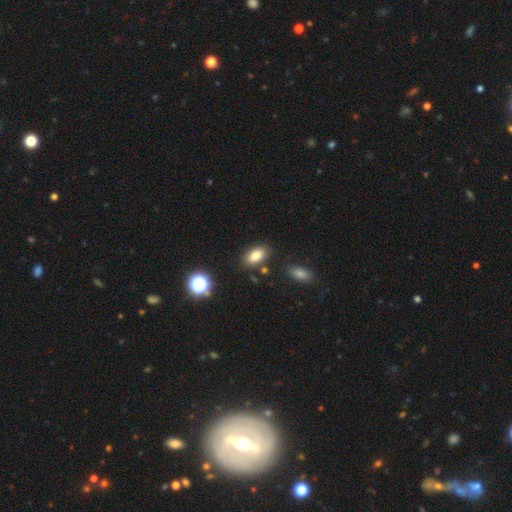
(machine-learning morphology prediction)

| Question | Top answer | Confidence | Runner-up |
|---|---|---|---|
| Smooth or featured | smooth | 83% | star or artifact (10%) |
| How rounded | in between | 90% | round (8%) |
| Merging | none | 82% | minor disturbance (11%) |